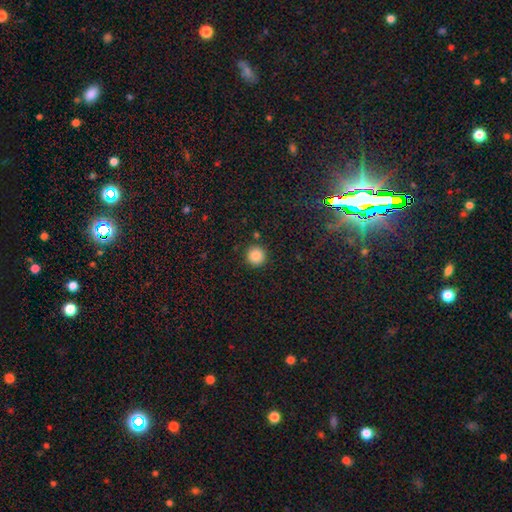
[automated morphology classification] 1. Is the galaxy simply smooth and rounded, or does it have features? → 85% smooth, 11% star or artifact, 4% featured or disk.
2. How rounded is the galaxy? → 96% round, 3% in between, 1% cigar-shaped.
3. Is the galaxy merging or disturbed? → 91% none, 5% minor disturbance, 2% major disturbance, 2% merger.